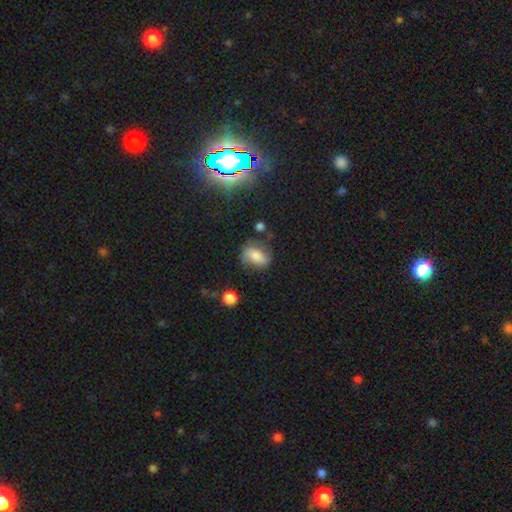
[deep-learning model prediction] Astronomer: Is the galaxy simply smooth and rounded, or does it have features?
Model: featured or disk — 52% (runner-up: smooth, 38%).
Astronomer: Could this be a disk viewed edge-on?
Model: no — 96%.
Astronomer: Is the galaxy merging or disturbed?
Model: none — 55%.